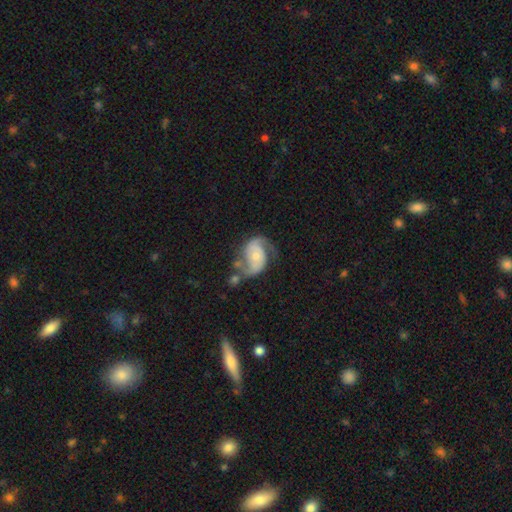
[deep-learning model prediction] featured or disk 85%, smooth 10%, star or artifact 5%. Down the decision tree: edge-on disk — no (98%); bar — no (62%); spiral arms — yes (95%); spiral arm count — 2 (90%); spiral winding — medium (48%); bulge size — small (50%); merging — none (55%).